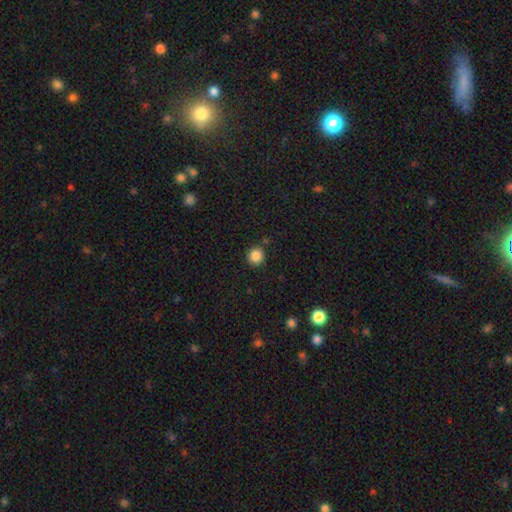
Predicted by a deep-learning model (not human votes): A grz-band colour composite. It shows a smooth galaxy with no disk features (86%) that is round (92%). Merging: none (88%).